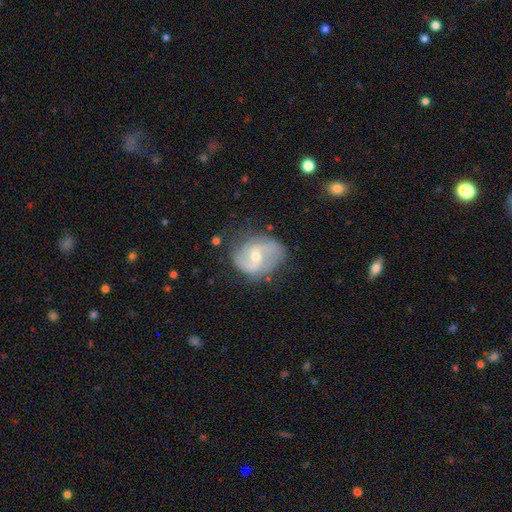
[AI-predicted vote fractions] This appears to be a featured or disk galaxy (80%) with a weak bar (47%), 2 (84%) medium (47%) spiral arms (92%) and a moderate central bulge (53%). Merging: none (69%).